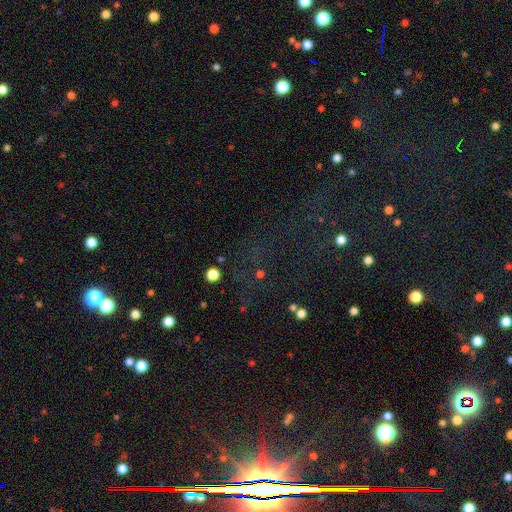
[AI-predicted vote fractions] The model was most divided on "smooth or featured": star or artifact: 77%, smooth: 14%, featured or disk: 9%.